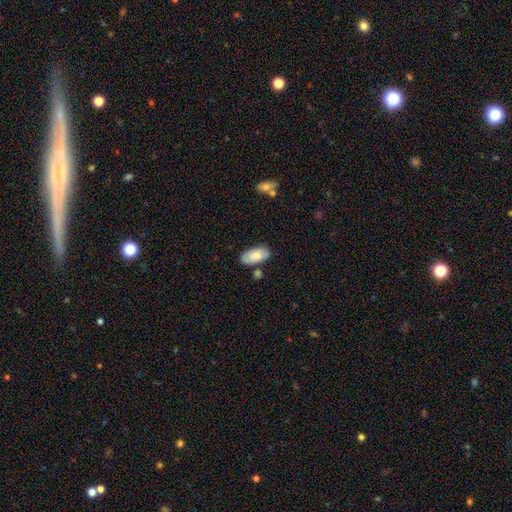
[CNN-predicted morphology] A smooth galaxy with no disk features (75%) that is in between round and cigar-shaped (94%). Merging: none (77%).